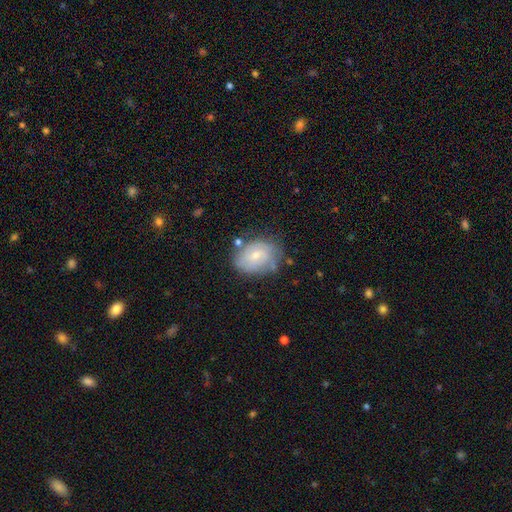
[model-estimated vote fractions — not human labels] Overall: smooth (50%; featured or disk 42%). How rounded: in between (69%; round 30%). Merging: none (65%).